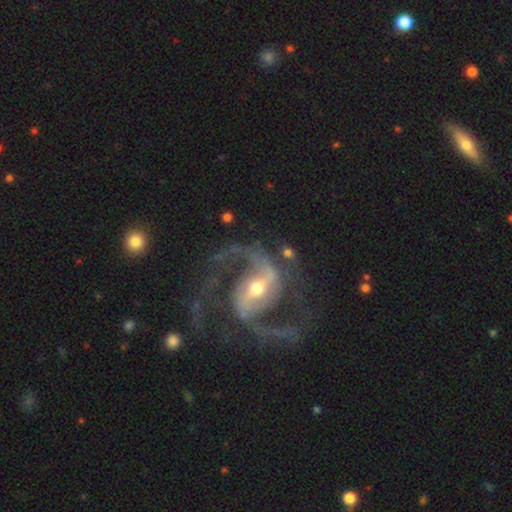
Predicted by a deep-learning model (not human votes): smooth-or-featured: featured or disk: 93% | star or artifact: 5% | smooth: 3%
  disk-edge-on: no: 98% | yes: 2%
    bar: strong: 43% | weak: 38% | no: 19%
    has-spiral-arms: yes: 98% | no: 2%
      spiral-winding: medium: 62% | loose: 25% | tight: 13%
      spiral-arm-count: 2: 92% | 3: 3% | can't tell: 2% | 1: 2% | 4: 1% | more than 4: 1%
    bulge-size: moderate: 56% | small: 36% | large: 5% | none: 1% | dominant: 1%
  merging: none: 72% | minor disturbance: 14% | major disturbance: 12% | merger: 2%